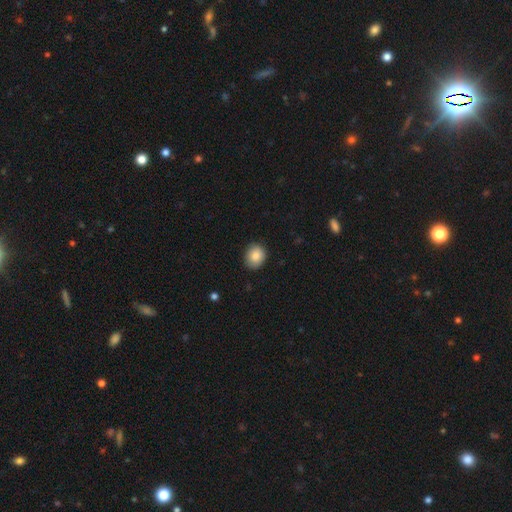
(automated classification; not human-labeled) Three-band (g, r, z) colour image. It shows a smooth galaxy with no disk features (87%) that is round (71%). Merging: none (87%).